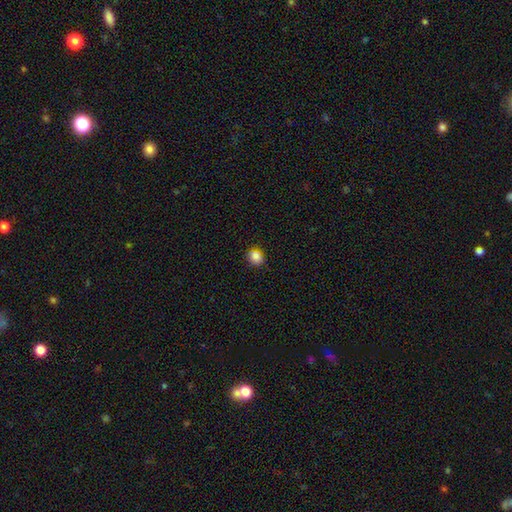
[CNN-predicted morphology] This is clearly a smooth galaxy (85%). How rounded: likely round (71%). Merging: clearly none (86%).